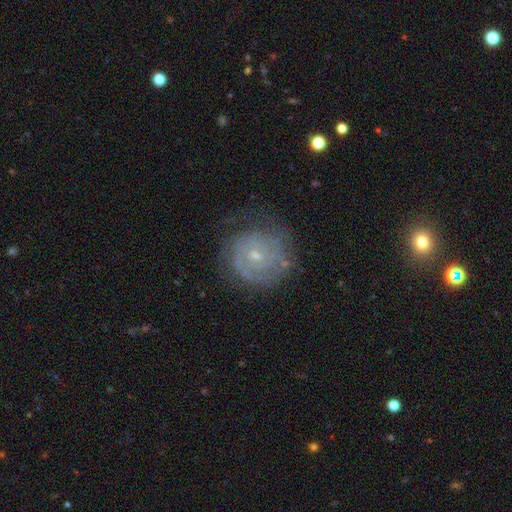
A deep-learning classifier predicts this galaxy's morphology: This is likely a featured or disk galaxy (69%). It is clearly not viewed edge-on (97%). Bar: likely no (71%). Spiral arm pattern: clearly yes (82%). Spiral arm count: possibly can't tell (46%). Spiral winding: likely tight (70%). Central bulge: likely small (73%). Merging: likely none (66%).